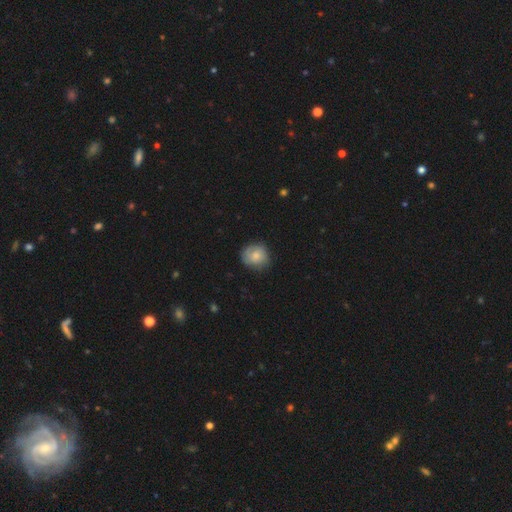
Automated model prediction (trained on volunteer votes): Smooth or featured? smooth (70%)
How rounded? round (77%)
Merging? none (73%)